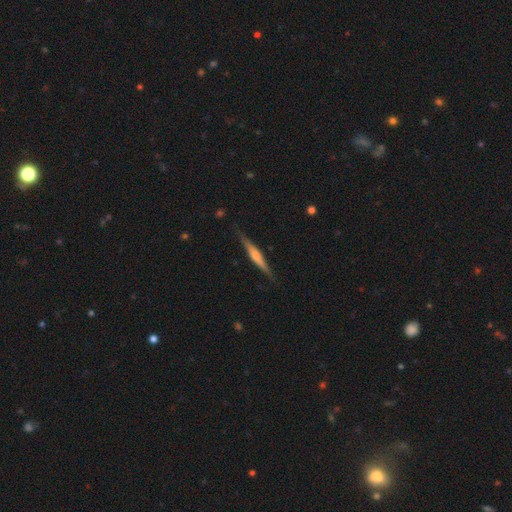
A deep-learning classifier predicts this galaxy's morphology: This appears to be a featured or disk galaxy (59%) viewed edge-on (97%) with a rounded central bulge (66%). Merging: none (86%).